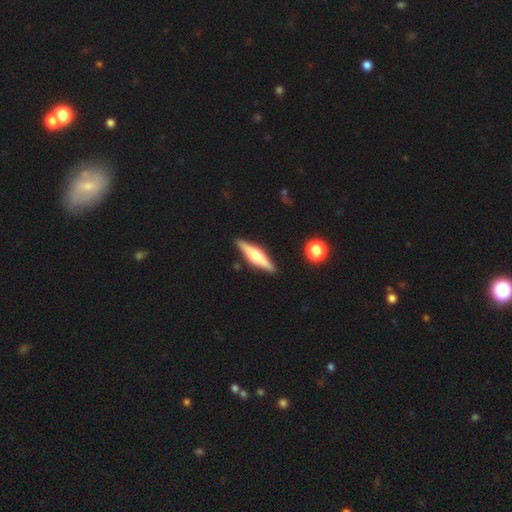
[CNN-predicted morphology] Smooth or featured?
  - featured or disk: 63% *
  - smooth: 31%
  - star or artifact: 6%
Edge-on disk?
  - yes: 96% *
  - no: 4%
Edge-on bulge?
  - rounded: 88% *
  - boxy: 9%
  - none: 3%
Merging?
  - none: 88% *
  - minor disturbance: 8%
  - major disturbance: 2%
  - merger: 2%